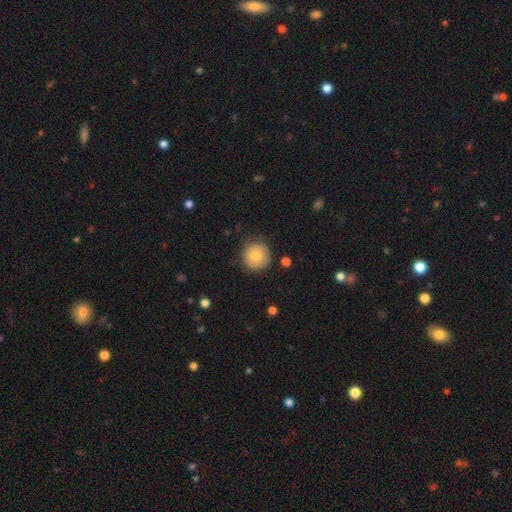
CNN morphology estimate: Smooth or featured: smooth — 79% (featured or disk — 13%)
How rounded: round — 95% (in between — 4%)
Merging: none — 83% (minor disturbance — 13%)